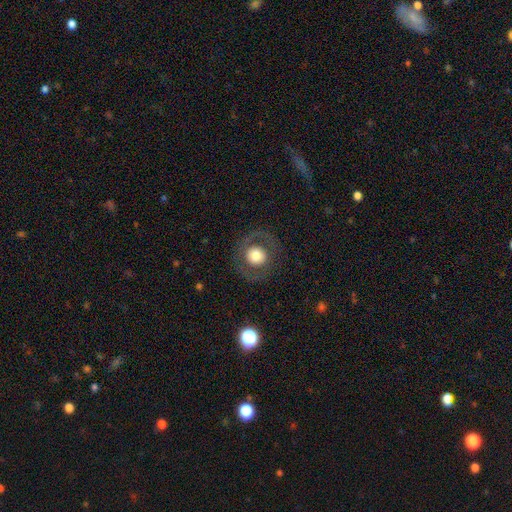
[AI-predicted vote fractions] A smooth galaxy with no disk features (58%) that is round (91%). Merging: none (82%).